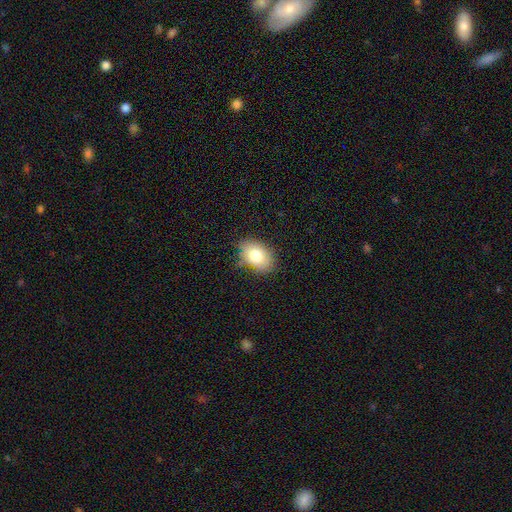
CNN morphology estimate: Smooth or featured: smooth — 79% (featured or disk — 13%)
How rounded: in between — 83% (round — 16%)
Merging: none — 77% (minor disturbance — 17%)